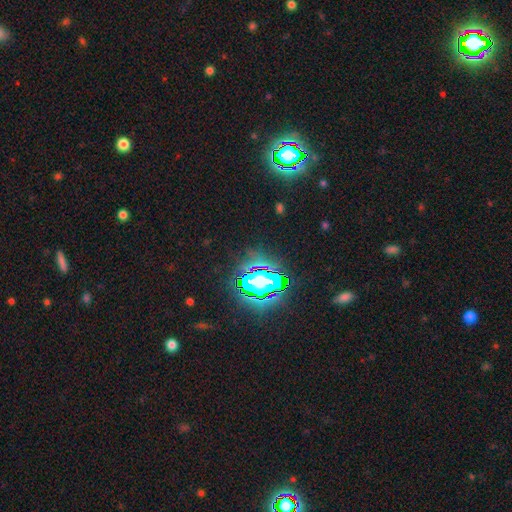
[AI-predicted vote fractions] This is clearly a star or artifact rather than a galaxy (85%).